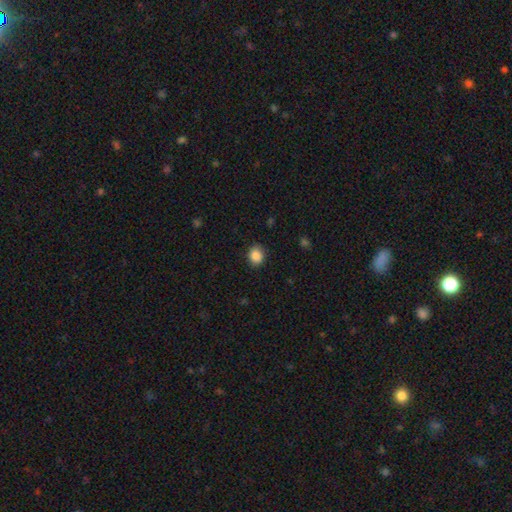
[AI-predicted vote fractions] smooth 88%, star or artifact 9%, featured or disk 3%. Down the decision tree: how rounded — round (67%); merging — none (86%).